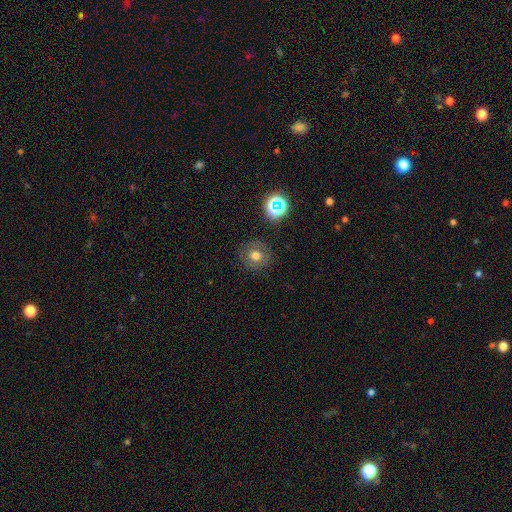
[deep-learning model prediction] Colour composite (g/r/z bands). It shows a smooth galaxy with no disk features (66%) that is round (90%). Merging: none (86%).